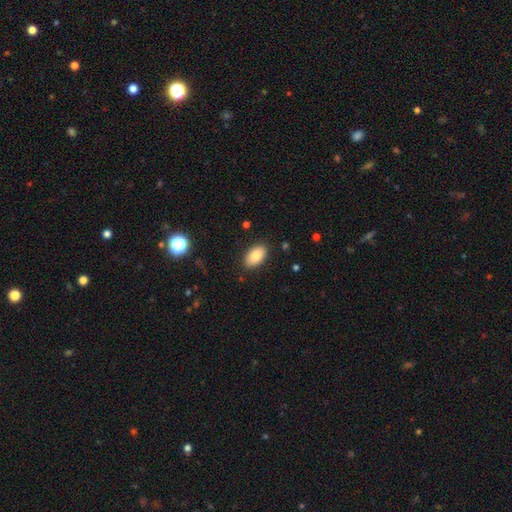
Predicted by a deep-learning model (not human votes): A smooth galaxy with no disk features (86%) that is in between round and cigar-shaped (94%). Merging: none (87%).